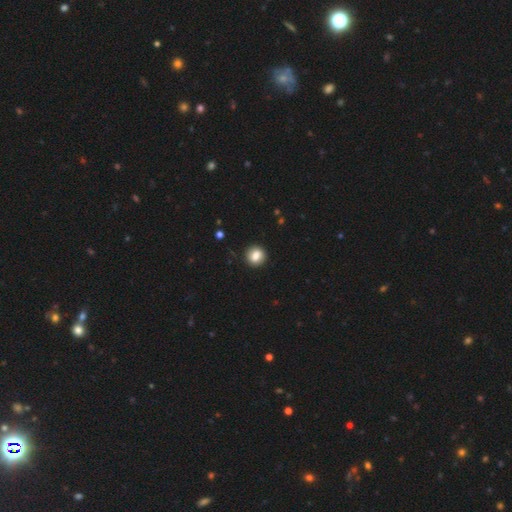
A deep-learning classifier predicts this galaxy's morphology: smooth-or-featured: smooth: 81% | featured or disk: 10% | star or artifact: 9%
  how-rounded: round: 83% | in between: 15% | cigar-shaped: 1%
  merging: none: 90% | minor disturbance: 7% | major disturbance: 2% | merger: 1%